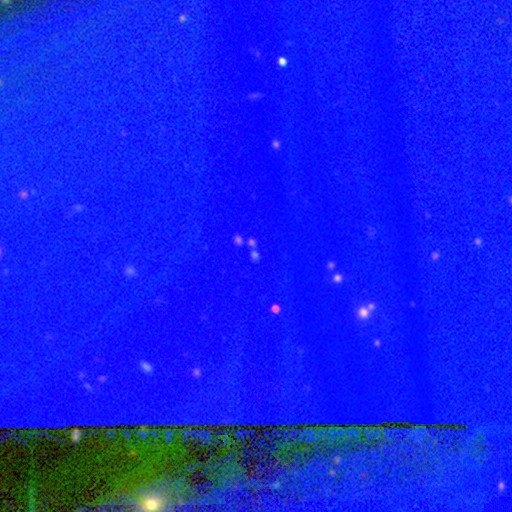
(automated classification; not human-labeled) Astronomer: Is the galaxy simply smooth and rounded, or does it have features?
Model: star or artifact — 89%.